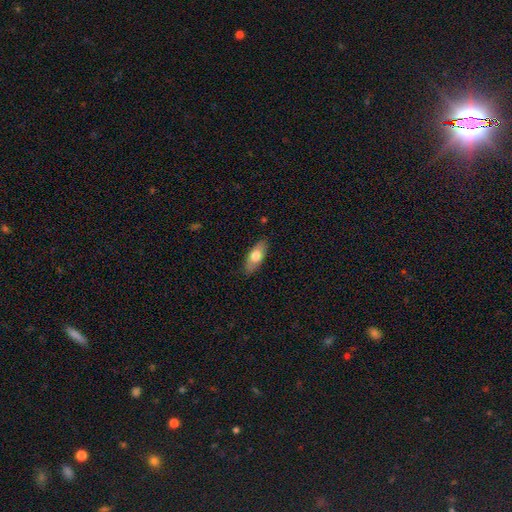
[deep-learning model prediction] Smooth or featured? Predicted: smooth (p=0.69). How rounded? Predicted: in between (p=0.78). Merging? Predicted: none (p=0.84).